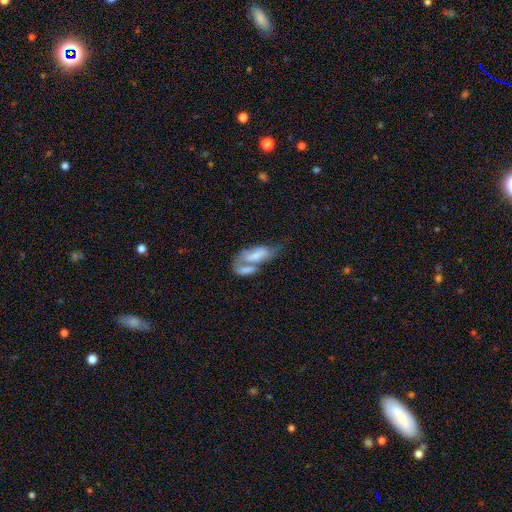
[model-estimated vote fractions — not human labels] Q: Smooth or featured?
A: smooth (56%); runner-up: featured or disk (38%)
Q: How rounded?
A: in between (81%); runner-up: cigar-shaped (16%)
Q: Merging?
A: merger (59%); runner-up: none (16%)